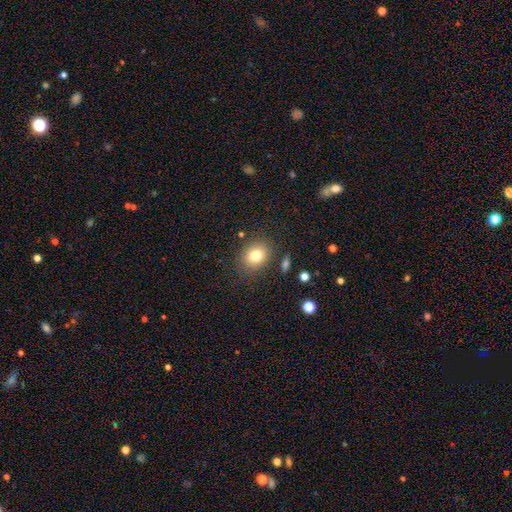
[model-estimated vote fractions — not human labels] Overall: smooth (80%). How rounded: round (50%, tied with in between). Merging: none (83%).